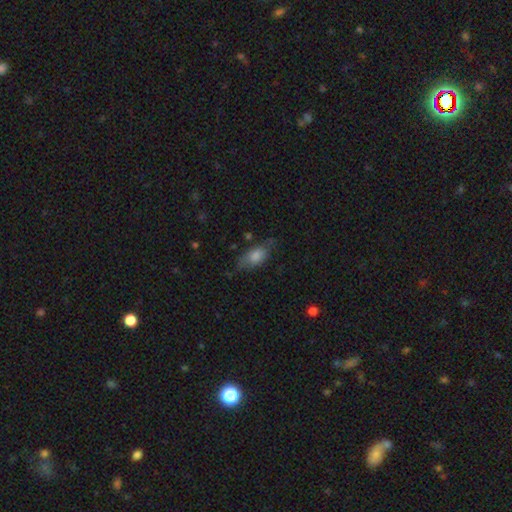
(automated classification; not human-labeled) This is likely a smooth galaxy (72%). How rounded: clearly in between (83%). Merging: likely none (63%).